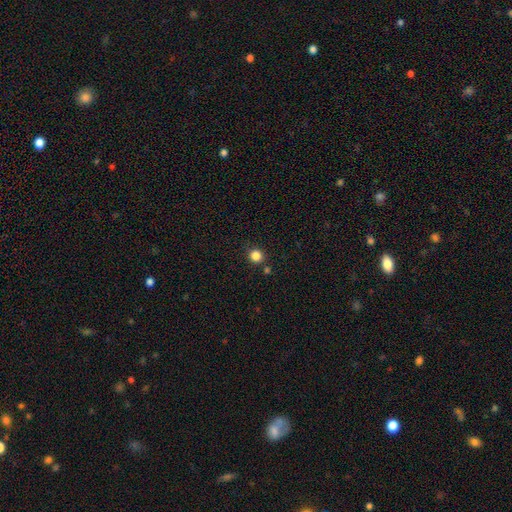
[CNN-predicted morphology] The model was most divided on "smooth or featured": smooth: 84%, star or artifact: 13%, featured or disk: 4%. More confident: how rounded — round (91%); merging — none (84%).